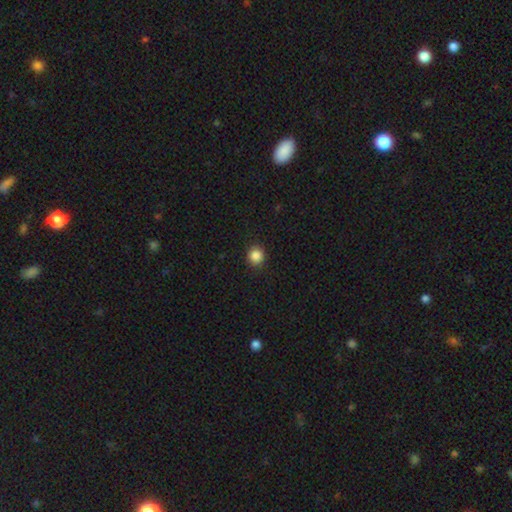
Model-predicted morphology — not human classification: Smooth or featured: smooth — 86% (star or artifact — 11%)
How rounded: round — 90% (in between — 9%)
Merging: none — 91% (minor disturbance — 6%)